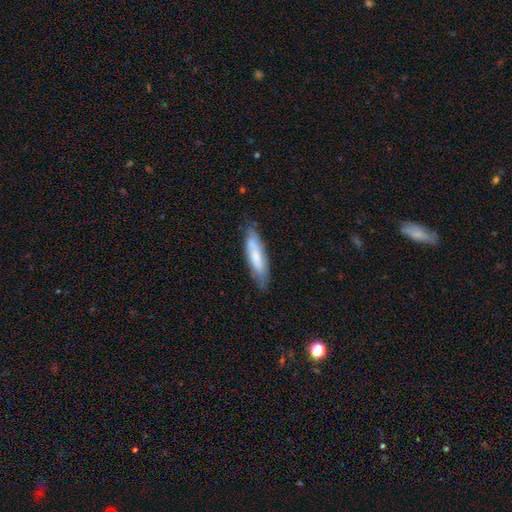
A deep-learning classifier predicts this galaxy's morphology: A smooth galaxy with no disk features (62%) that is cigar-shaped (70%).

Vote fractions:
- Smooth or featured? smooth: 62% / featured or disk: 32% / star or artifact: 6%
- How rounded? cigar-shaped: 70% / in between: 29% / round: 1%
- Merging? none: 76% / minor disturbance: 19% / major disturbance: 4% / merger: 2%